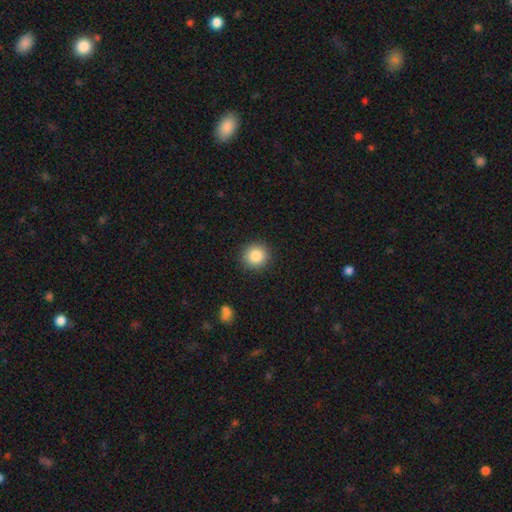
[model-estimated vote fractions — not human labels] A smooth galaxy with no disk features (85%) that is round (91%).

Vote fractions:
- Smooth or featured? smooth: 85% / star or artifact: 9% / featured or disk: 5%
- How rounded? round: 91% / in between: 9% / cigar-shaped: 1%
- Merging? none: 91% / minor disturbance: 6% / major disturbance: 2% / merger: 1%